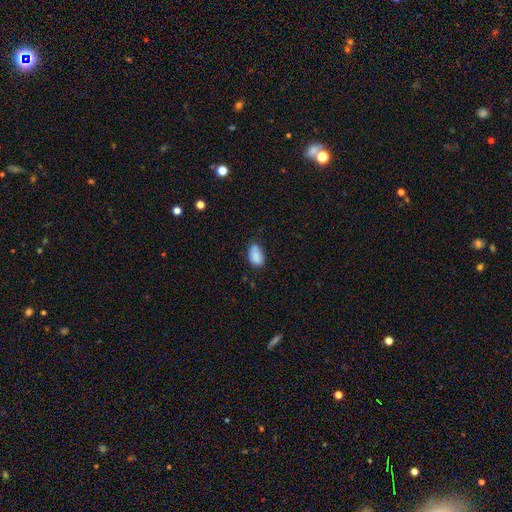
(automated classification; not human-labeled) Overall: smooth (85%). How rounded: in between (89%). Merging: none (58%; minor disturbance 30%).